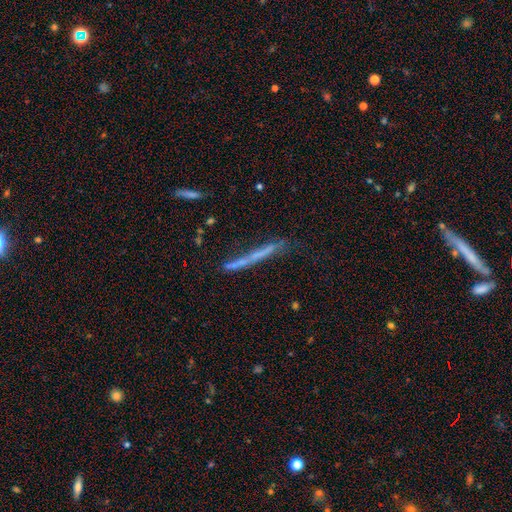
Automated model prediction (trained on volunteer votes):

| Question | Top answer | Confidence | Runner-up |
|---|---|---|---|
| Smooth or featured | featured or disk | 48% | smooth (42%) |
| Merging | none | 67% | minor disturbance (21%) |